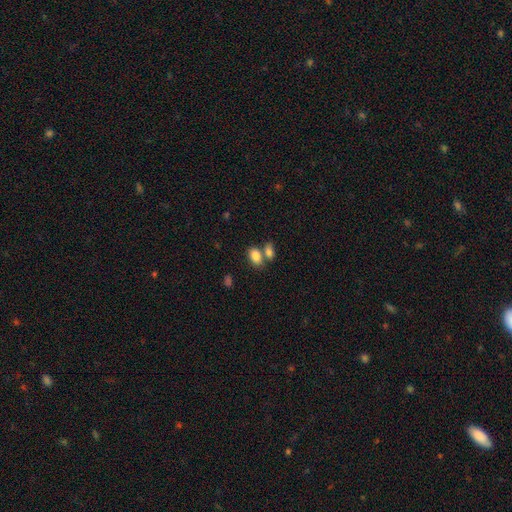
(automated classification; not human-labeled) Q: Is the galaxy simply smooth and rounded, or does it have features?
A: smooth — 84%.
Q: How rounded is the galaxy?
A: in between — 86%.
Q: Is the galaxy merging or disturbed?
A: none — 44%.